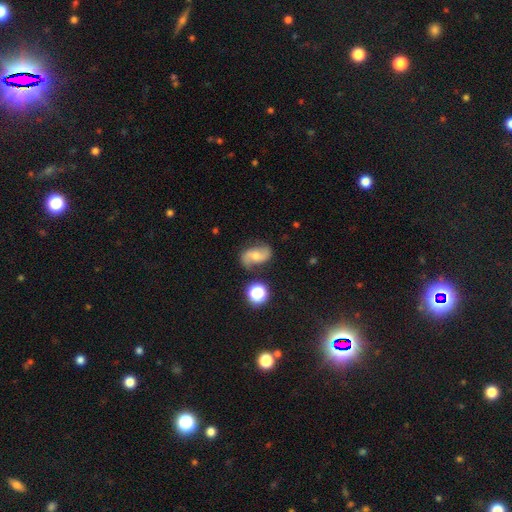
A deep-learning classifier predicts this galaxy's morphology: This is likely a featured or disk galaxy (72%). It is clearly not viewed edge-on (97%). Bar: possibly no (54%). Spiral arm pattern: clearly yes (94%). Spiral arm count: clearly 2 (92%). Spiral winding: possibly loose (58%). Central bulge: possibly moderate (53%). Merging: likely none (75%).